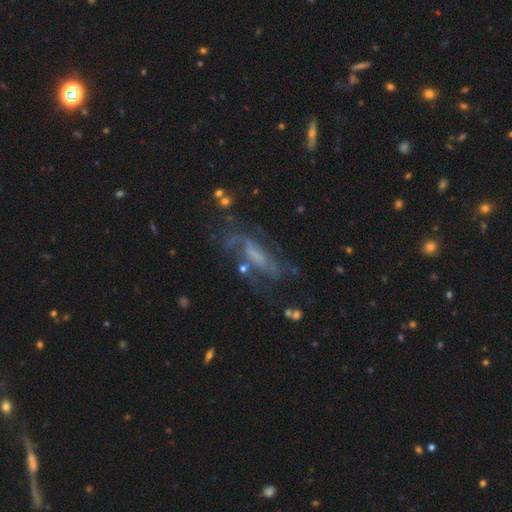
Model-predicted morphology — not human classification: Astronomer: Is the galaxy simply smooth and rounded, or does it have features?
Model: featured or disk — 65%.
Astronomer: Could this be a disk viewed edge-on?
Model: no — 75%.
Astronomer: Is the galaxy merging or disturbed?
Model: none — 57%.